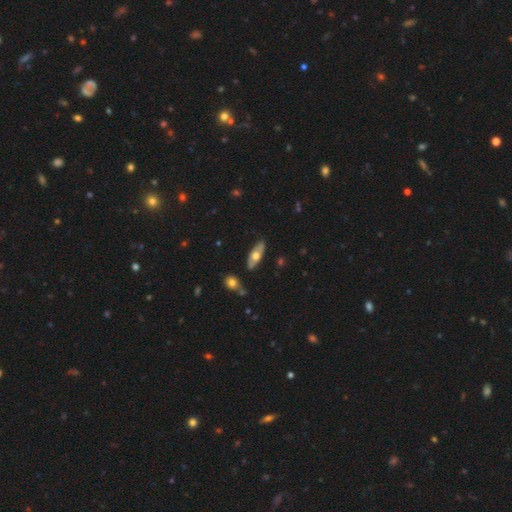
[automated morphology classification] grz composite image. It shows a smooth galaxy with no disk features (53%) that is in between round and cigar-shaped (65%). Merging: none (79%).